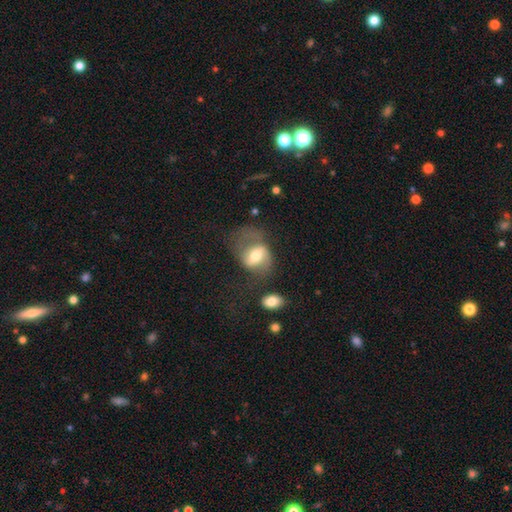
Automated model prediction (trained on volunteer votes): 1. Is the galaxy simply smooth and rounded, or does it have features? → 55% featured or disk, 37% smooth, 8% star or artifact.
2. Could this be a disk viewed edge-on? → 95% no, 5% yes.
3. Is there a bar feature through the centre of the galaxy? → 42% weak, 33% strong, 25% no.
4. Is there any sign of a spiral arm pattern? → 73% yes, 27% no.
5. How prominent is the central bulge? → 62% moderate, 17% large, 16% small, 2% dominant, 2% none.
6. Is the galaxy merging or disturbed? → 37% none, 35% major disturbance, 21% minor disturbance, 7% merger.